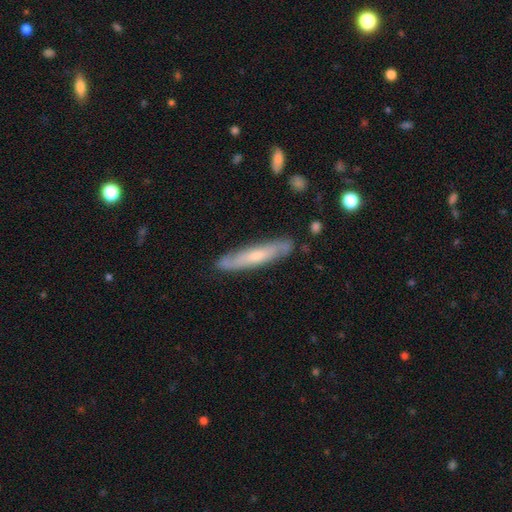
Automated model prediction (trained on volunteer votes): Smooth or featured? Predicted: featured or disk (p=0.54). Edge-on disk? Predicted: yes (p=0.65). Merging? Predicted: none (p=0.82).